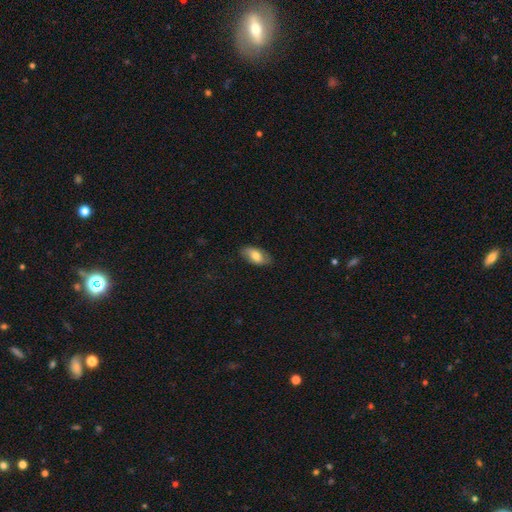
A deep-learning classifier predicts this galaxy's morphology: Overall: smooth (71%). How rounded: in between (92%). Merging: none (81%).